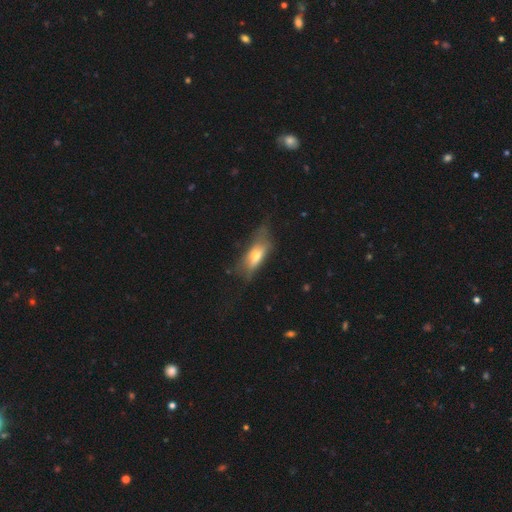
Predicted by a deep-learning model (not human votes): smooth-or-featured: smooth: 56% | featured or disk: 36% | star or artifact: 8%
  how-rounded: in between: 68% | cigar-shaped: 29% | round: 3%
  merging: none: 44% | minor disturbance: 30% | major disturbance: 23% | merger: 3%